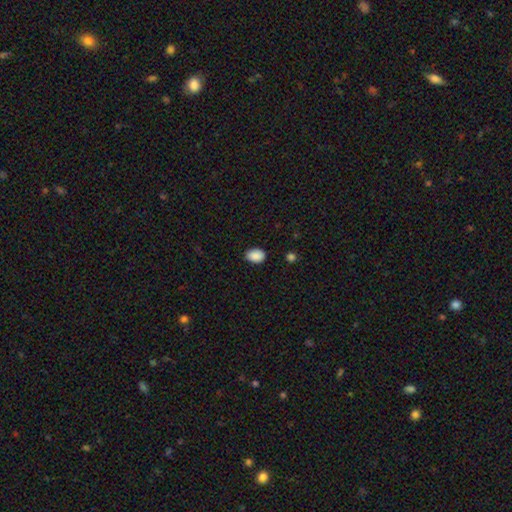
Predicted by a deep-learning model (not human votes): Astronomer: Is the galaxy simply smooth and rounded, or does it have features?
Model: smooth — 90%.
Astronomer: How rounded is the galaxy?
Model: in between — 82%.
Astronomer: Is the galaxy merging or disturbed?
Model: none — 84%.